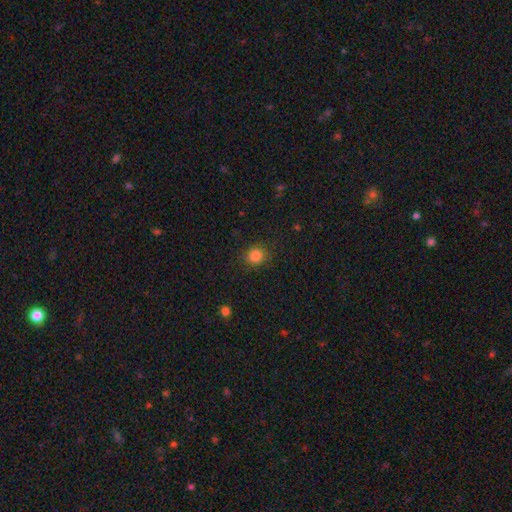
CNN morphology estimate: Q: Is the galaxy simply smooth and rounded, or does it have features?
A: smooth — 84%.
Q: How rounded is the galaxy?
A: round — 84%.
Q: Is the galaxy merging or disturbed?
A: none — 85%.